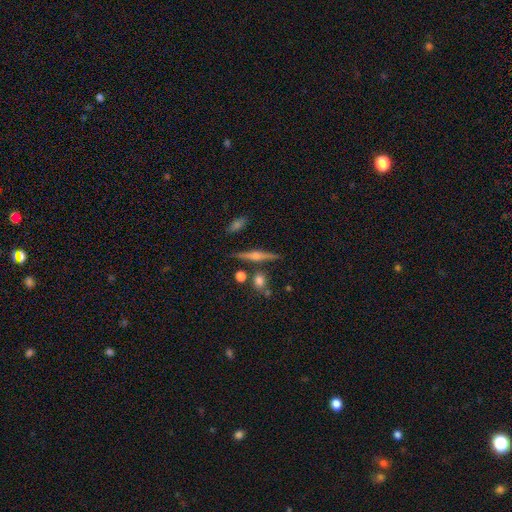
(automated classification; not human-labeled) smooth-or-featured: featured or disk: 74% | smooth: 17% | star or artifact: 9%
  disk-edge-on: yes: 97% | no: 3%
    edge-on-bulge: rounded: 89% | boxy: 6% | none: 5%
  merging: none: 84% | minor disturbance: 8% | merger: 6% | major disturbance: 2%